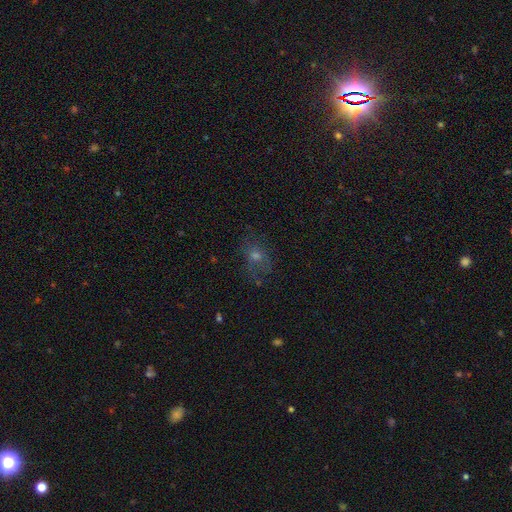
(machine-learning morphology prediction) The model was most divided on "smooth or featured": smooth: 44%, featured or disk: 29%, star or artifact: 27%. More confident: merging — none (65%).